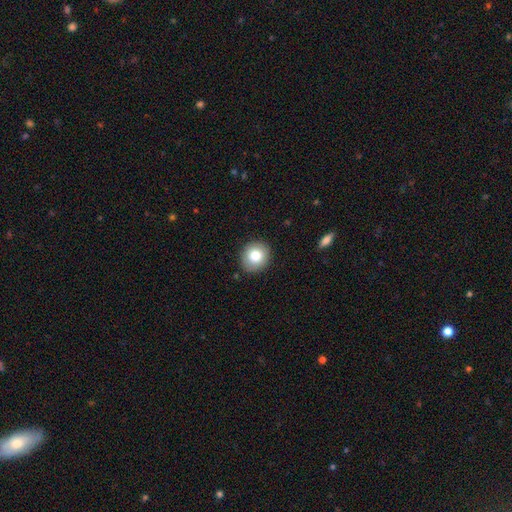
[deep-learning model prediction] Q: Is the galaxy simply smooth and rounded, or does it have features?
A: smooth — 80%.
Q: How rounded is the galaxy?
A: round — 86%.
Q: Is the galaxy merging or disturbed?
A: none — 89%.